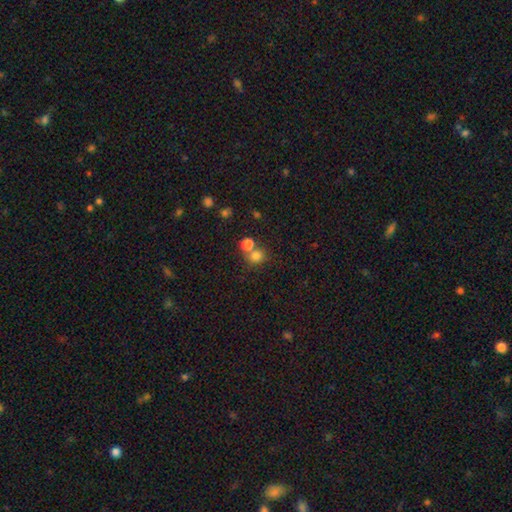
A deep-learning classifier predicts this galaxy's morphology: Smooth or featured? Predicted: smooth (p=0.78). How rounded? Predicted: round (p=0.78). Merging? Predicted: none (p=0.52).